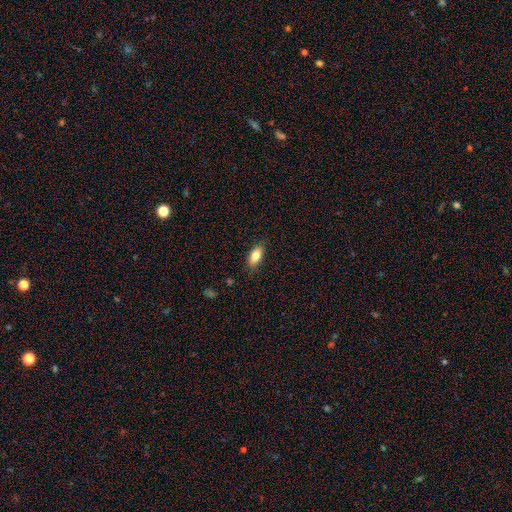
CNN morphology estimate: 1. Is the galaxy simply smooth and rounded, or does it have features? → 83% smooth, 10% featured or disk, 7% star or artifact.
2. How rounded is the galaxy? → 87% in between, 10% cigar-shaped, 3% round.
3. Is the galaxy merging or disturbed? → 84% none, 13% minor disturbance, 3% major disturbance, 1% merger.